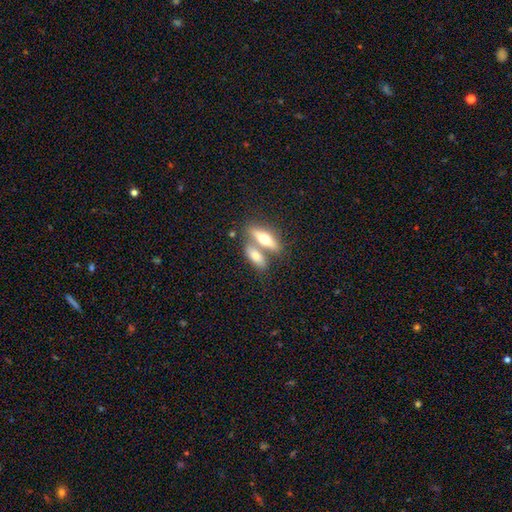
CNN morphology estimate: Smooth or featured? Predicted: smooth (p=0.61). How rounded? Predicted: in between (p=0.59). Merging? Predicted: merger (p=0.48).